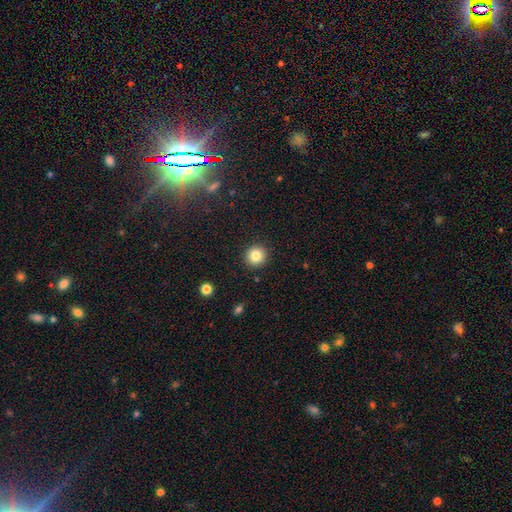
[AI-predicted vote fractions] A smooth galaxy with no disk features (83%) that is round (93%). Merging: none (92%).